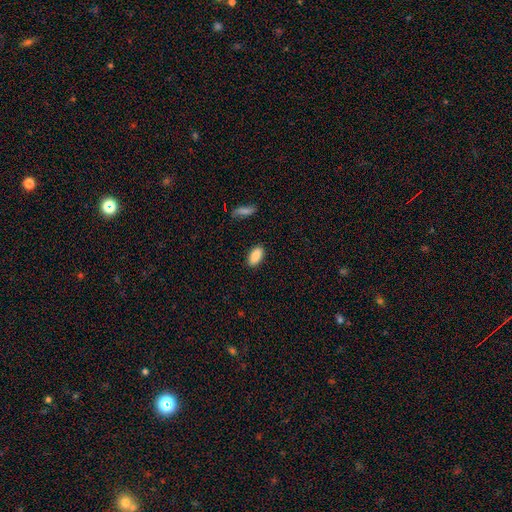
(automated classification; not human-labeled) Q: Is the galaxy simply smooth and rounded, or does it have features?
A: smooth — 89%.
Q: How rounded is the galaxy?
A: in between — 93%.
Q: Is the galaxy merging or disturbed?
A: none — 87%.